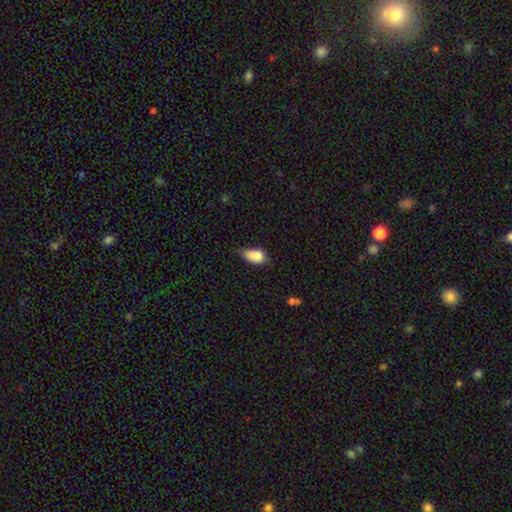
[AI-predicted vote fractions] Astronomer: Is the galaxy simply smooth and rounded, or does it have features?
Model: smooth — 83%.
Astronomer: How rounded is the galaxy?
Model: in between — 89%.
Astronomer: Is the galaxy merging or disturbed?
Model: minor disturbance — 47% (runner-up: none, 34%).